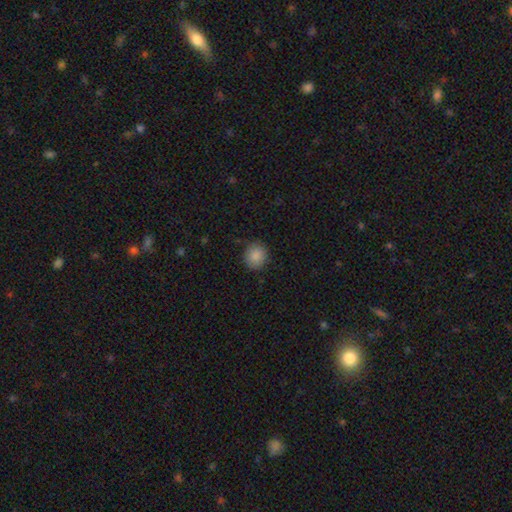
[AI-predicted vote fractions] Morphology: type=smooth (87%); roundness=round (85%); merging=none (85%).